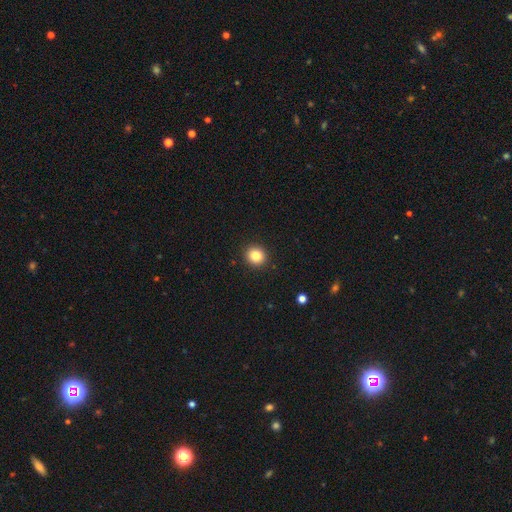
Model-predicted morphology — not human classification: Q: Smooth or featured?
A: smooth (84%); runner-up: star or artifact (10%)
Q: How rounded?
A: round (89%); runner-up: in between (10%)
Q: Merging?
A: none (92%); runner-up: minor disturbance (5%)